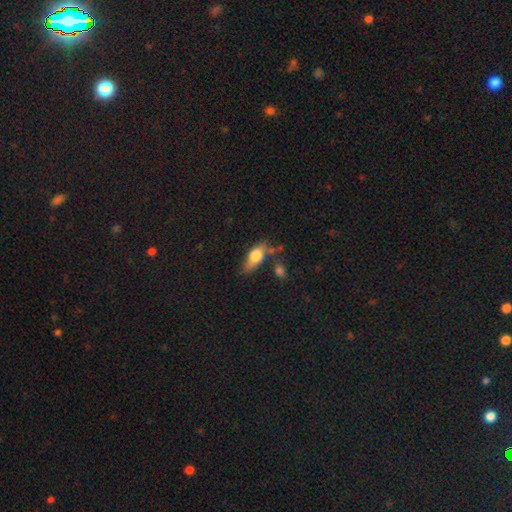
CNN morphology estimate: Smooth or featured: smooth — 65% (featured or disk — 28%)
How rounded: in between — 74% (cigar-shaped — 21%)
Merging: none — 57% (minor disturbance — 25%)